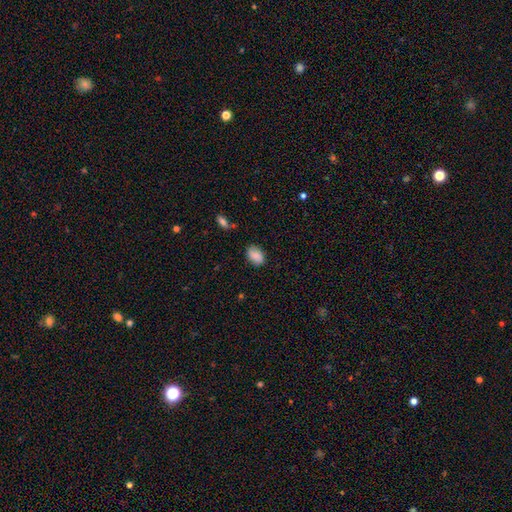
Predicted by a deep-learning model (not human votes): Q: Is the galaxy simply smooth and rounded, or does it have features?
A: smooth — 80%.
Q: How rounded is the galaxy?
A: in between — 82%.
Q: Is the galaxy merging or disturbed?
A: none — 77%.